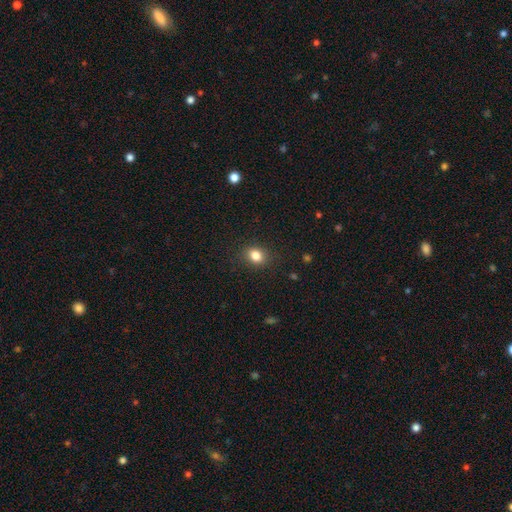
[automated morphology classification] A smooth galaxy with no disk features (83%) that is round (54%). Merging: none (87%).